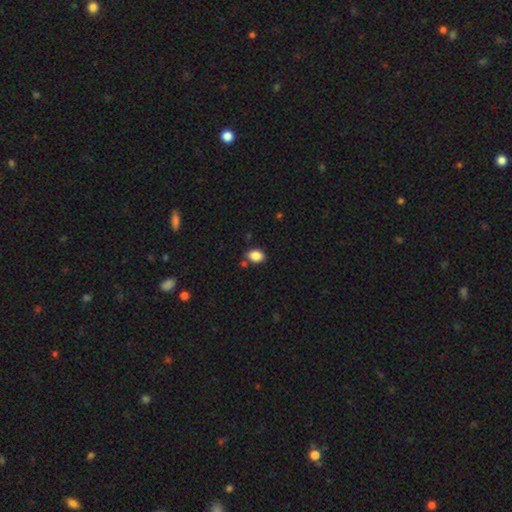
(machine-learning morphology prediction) Overall: smooth (87%). How rounded: in between (79%). Merging: none (79%).